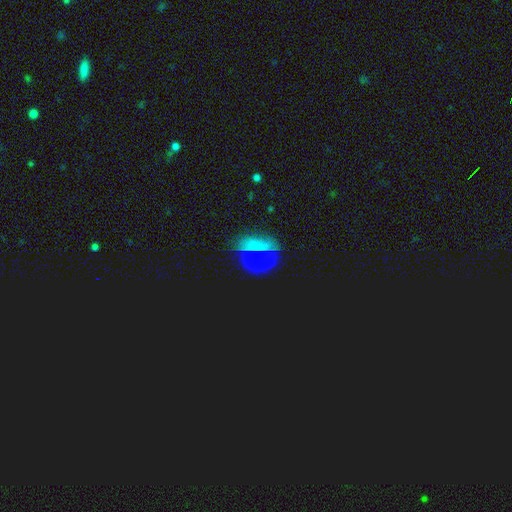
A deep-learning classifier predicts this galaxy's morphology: type=star or artifact (40%).